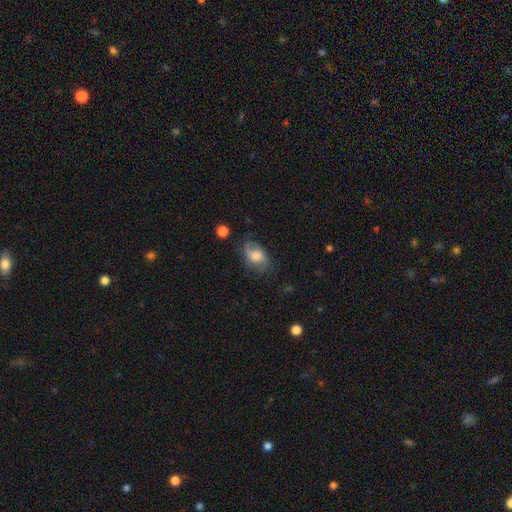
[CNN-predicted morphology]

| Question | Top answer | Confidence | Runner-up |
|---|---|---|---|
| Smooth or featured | smooth | 66% | featured or disk (26%) |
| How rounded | in between | 82% | round (16%) |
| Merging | none | 55% | minor disturbance (30%) |